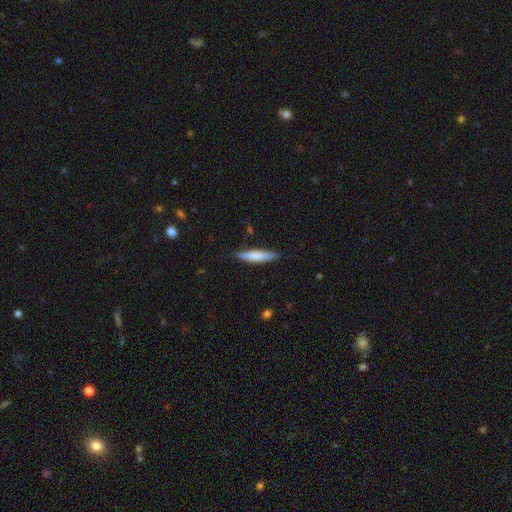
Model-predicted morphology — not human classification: A smooth galaxy with no disk features (70%) that is cigar-shaped (86%). Merging: none (86%).